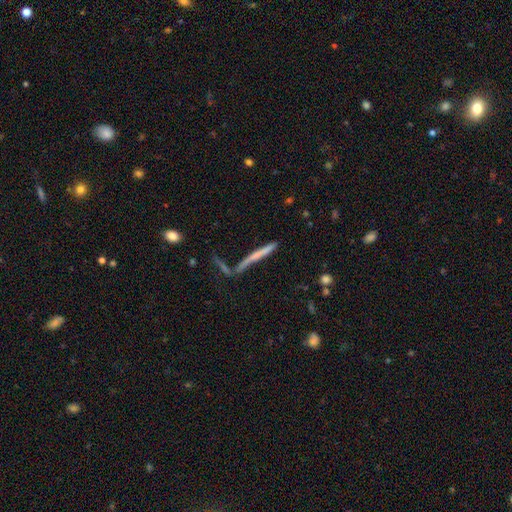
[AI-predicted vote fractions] Overall: smooth (46%; featured or disk 45%). Merging: none (64%).